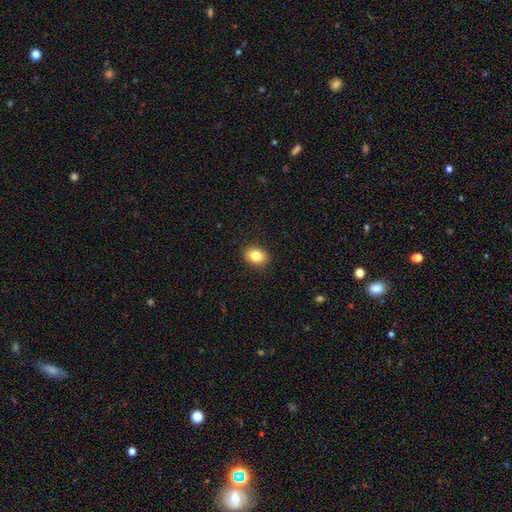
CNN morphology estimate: Overall: smooth (83%). How rounded: in between (69%; round 30%). Merging: none (90%).